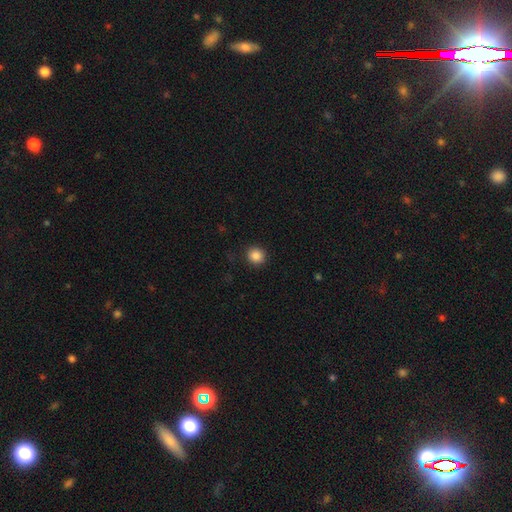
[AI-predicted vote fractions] This is clearly a smooth galaxy (86%). How rounded: clearly round (92%). Merging: clearly none (90%).